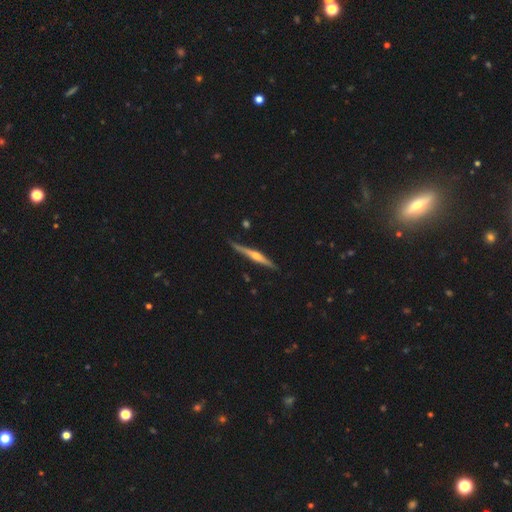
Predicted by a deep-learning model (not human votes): This is likely a featured or disk galaxy (76%). It is clearly viewed edge-on (98%). Edge-on bulge: clearly rounded (84%). Merging: clearly none (87%).